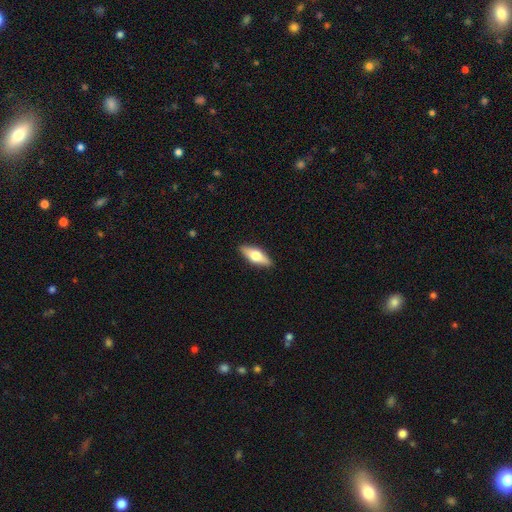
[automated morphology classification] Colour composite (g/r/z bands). It shows a smooth galaxy with no disk features (55%) that is in between round and cigar-shaped (65%). Merging: none (89%).